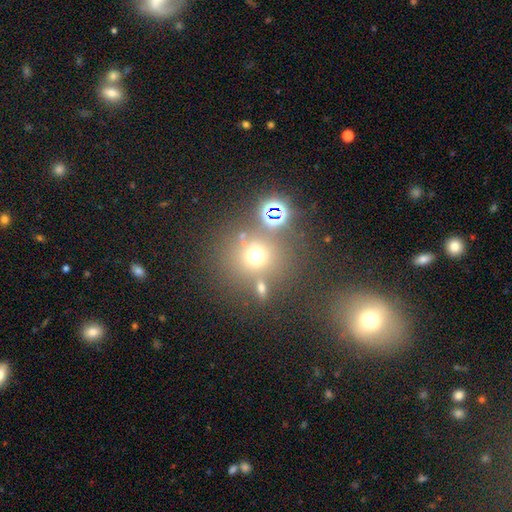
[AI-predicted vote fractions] Smooth or featured? Predicted: smooth (p=0.64). How rounded? Predicted: round (p=0.85). Merging? Predicted: none (p=0.68).